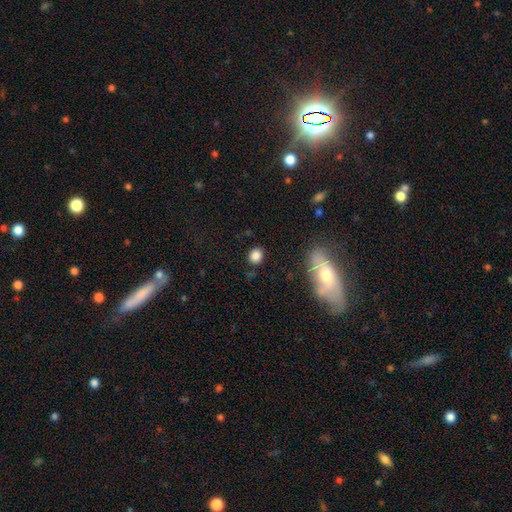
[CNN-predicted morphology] smooth 85%, star or artifact 10%, featured or disk 5%. Down the decision tree: how rounded — round (70%); merging — none (86%).